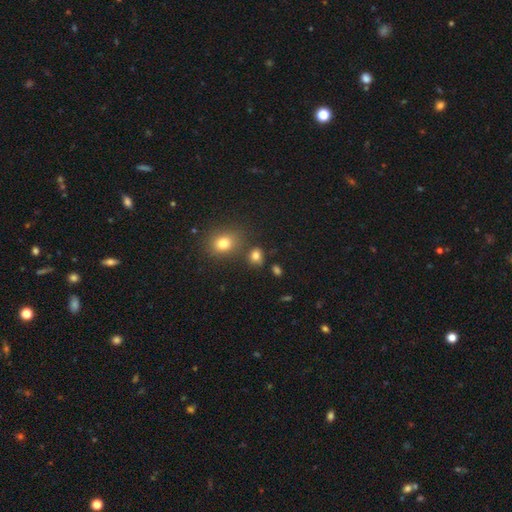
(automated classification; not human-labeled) This appears to be a smooth galaxy with no disk features (79%) that is round (57%). Merging: none (72%).